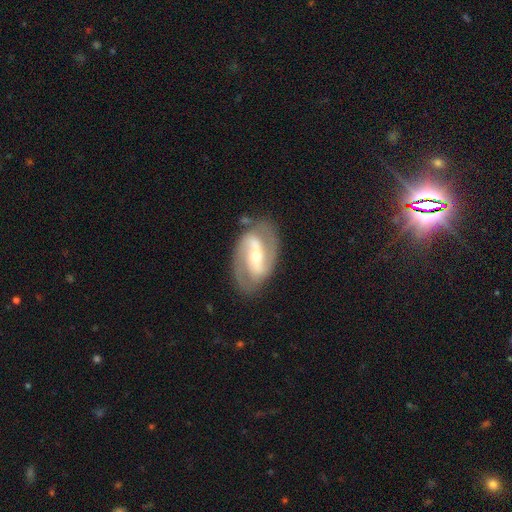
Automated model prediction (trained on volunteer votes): Smooth or featured?
  - featured or disk: 86% *
  - smooth: 9%
  - star or artifact: 5%
Edge-on disk?
  - no: 96% *
  - yes: 4%
Bar?
  - strong: 57% *
  - weak: 29%
  - no: 14%
Spiral arms?
  - yes: 93% *
  - no: 7%
Spiral winding?
  - medium: 50% *
  - tight: 27%
  - loose: 23%
Spiral arm count?
  - 2: 90% *
  - can't tell: 4%
  - 3: 2%
  - 1: 2%
  - 4: 1%
  - more than 4: 1%
Bulge size?
  - small: 50% *
  - moderate: 45%
  - large: 3%
  - none: 1%
  - dominant: 1%
Merging?
  - none: 79% *
  - minor disturbance: 13%
  - major disturbance: 5%
  - merger: 3%